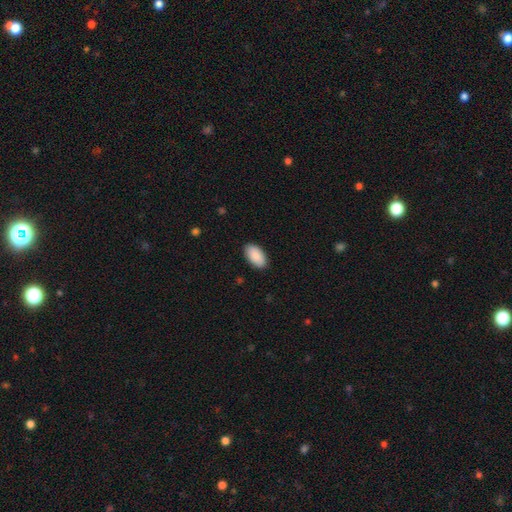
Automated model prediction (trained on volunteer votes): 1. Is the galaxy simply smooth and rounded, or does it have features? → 91% smooth, 6% star or artifact, 4% featured or disk.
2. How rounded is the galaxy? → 96% in between, 3% round, 2% cigar-shaped.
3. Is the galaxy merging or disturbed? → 89% none, 8% minor disturbance, 2% major disturbance, 1% merger.